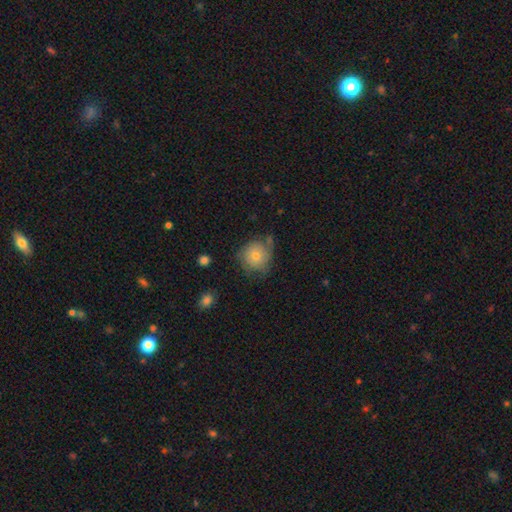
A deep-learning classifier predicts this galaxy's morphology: Smooth or featured? smooth (61%)
How rounded? round (87%)
Merging? none (56%)